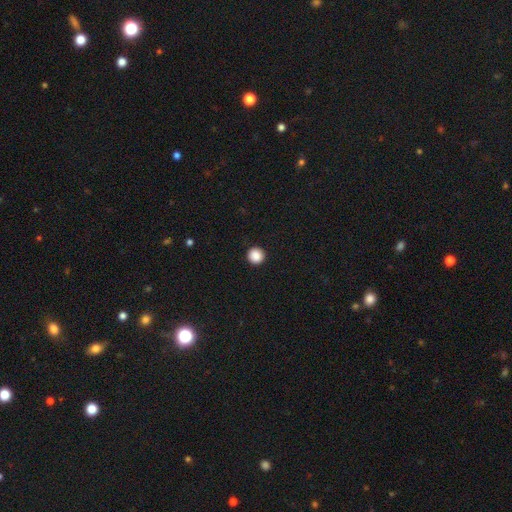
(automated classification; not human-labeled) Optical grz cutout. It shows a smooth galaxy with no disk features (88%) that is round (96%). Merging: none (93%).